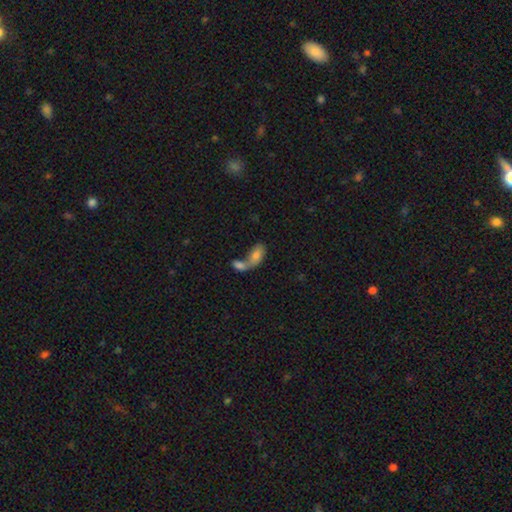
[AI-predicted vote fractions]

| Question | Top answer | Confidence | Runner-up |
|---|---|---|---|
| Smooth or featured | smooth | 74% | featured or disk (18%) |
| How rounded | in between | 88% | round (6%) |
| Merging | merger | 71% | none (16%) |